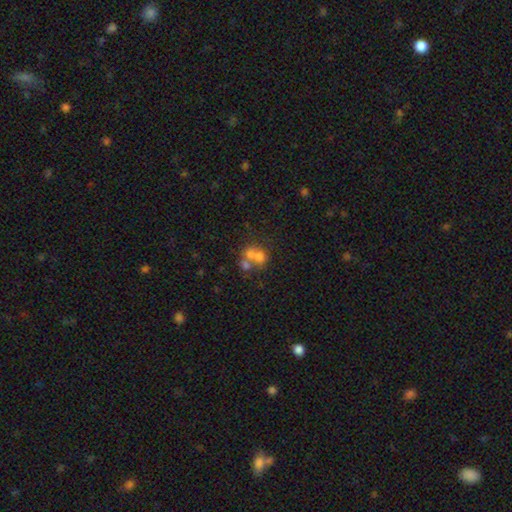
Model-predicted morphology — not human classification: Q: Smooth or featured?
A: smooth (58%); runner-up: featured or disk (27%)
Q: How rounded?
A: round (74%); runner-up: in between (25%)
Q: Merging?
A: merger (60%); runner-up: none (28%)